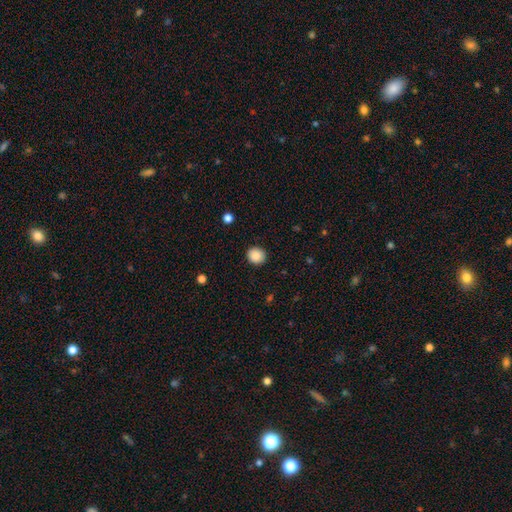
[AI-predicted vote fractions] Overall: smooth (88%). How rounded: round (85%). Merging: none (91%).